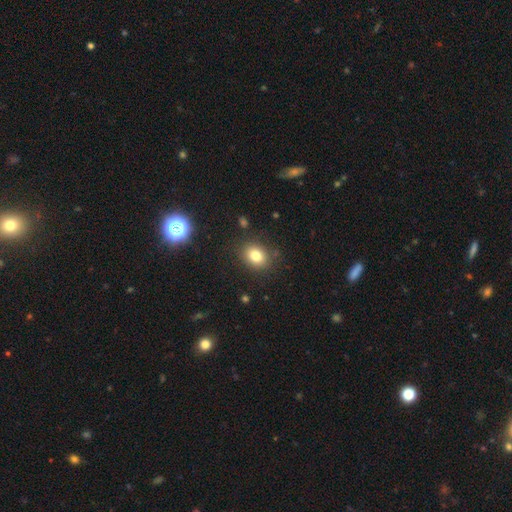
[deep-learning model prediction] Q: Smooth or featured?
A: smooth (80%); runner-up: star or artifact (12%)
Q: How rounded?
A: round (51%); runner-up: in between (48%)
Q: Merging?
A: none (83%); runner-up: minor disturbance (11%)